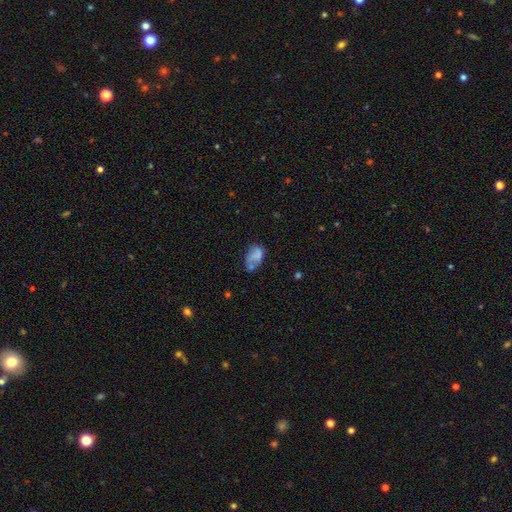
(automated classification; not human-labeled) Overall: smooth (64%; featured or disk 26%). How rounded: in between (89%). Merging: none (40%; minor disturbance 28%).